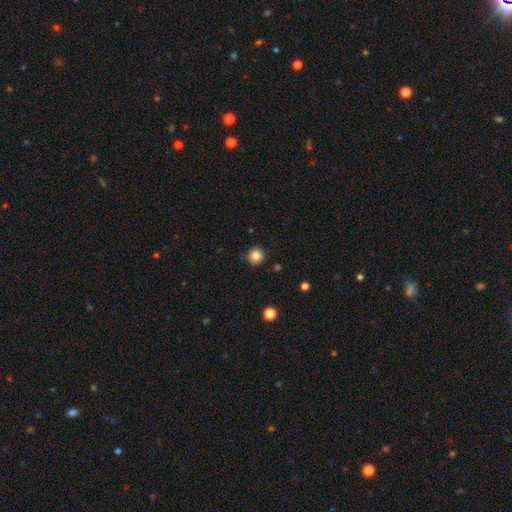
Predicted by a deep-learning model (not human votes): This appears to be a smooth galaxy with no disk features (84%) that is round (93%). Merging: none (89%).